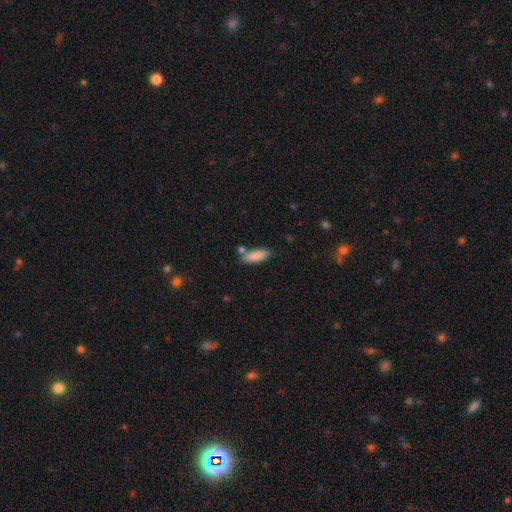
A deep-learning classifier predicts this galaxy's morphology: Smooth or featured: smooth — 87% (featured or disk — 7%)
How rounded: in between — 65% (cigar-shaped — 33%)
Merging: none — 72% (minor disturbance — 13%)